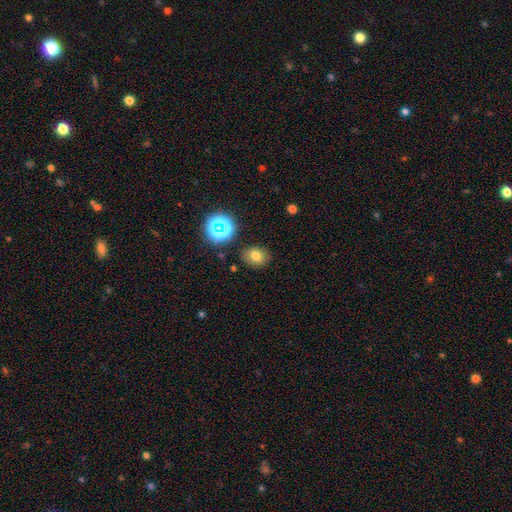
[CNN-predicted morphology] Q: Smooth or featured?
A: smooth (71%); runner-up: star or artifact (18%)
Q: How rounded?
A: in between (51%); runner-up: round (48%)
Q: Merging?
A: none (84%); runner-up: minor disturbance (10%)